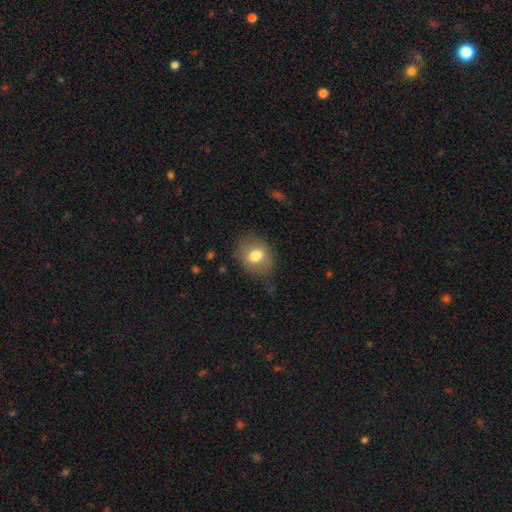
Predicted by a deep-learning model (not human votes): Smooth or featured? Predicted: smooth (p=0.74). How rounded? Predicted: round (p=0.56). Merging? Predicted: none (p=0.76).